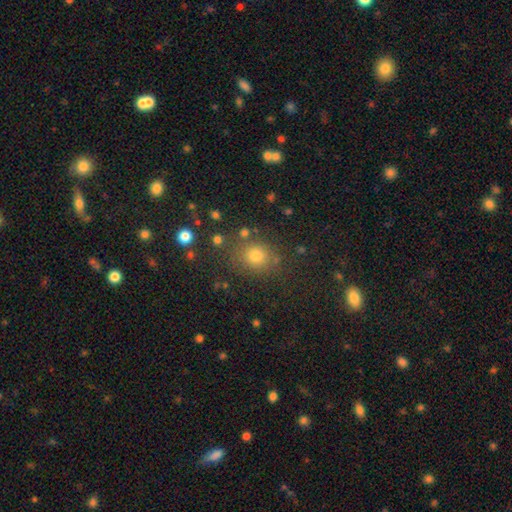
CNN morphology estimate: Smooth or featured: smooth — 74% (star or artifact — 19%)
How rounded: round — 79% (in between — 20%)
Merging: none — 80% (minor disturbance — 11%)